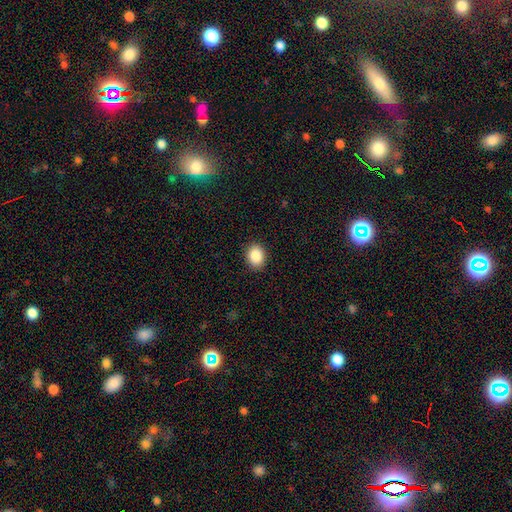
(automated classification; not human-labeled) Morphology: type=smooth (88%); roundness=in between (52%); merging=none (90%).